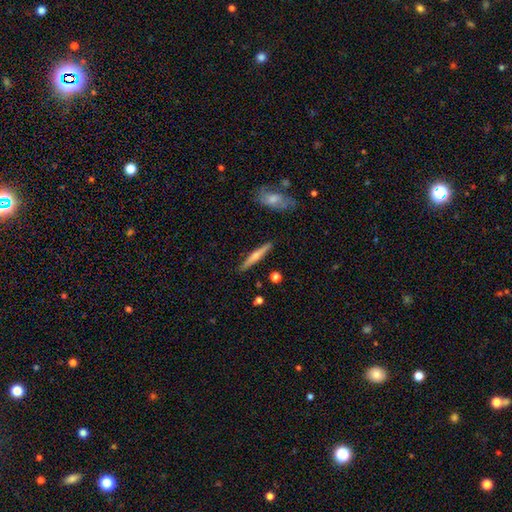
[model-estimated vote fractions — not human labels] Smooth or featured?
  - featured or disk: 50% *
  - smooth: 44%
  - star or artifact: 6%
Merging?
  - none: 89% *
  - minor disturbance: 8%
  - merger: 2%
  - major disturbance: 2%